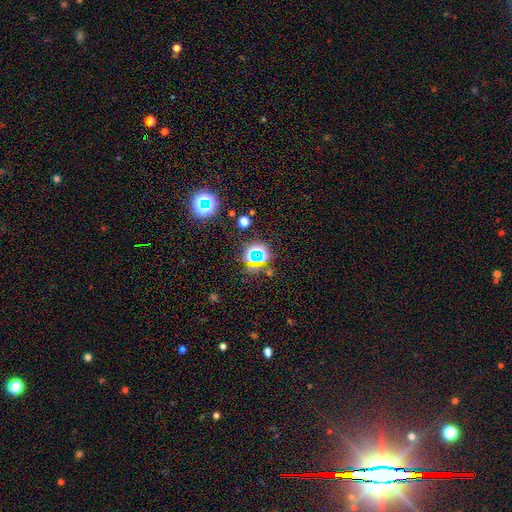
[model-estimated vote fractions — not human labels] Overall: star or artifact (67%).